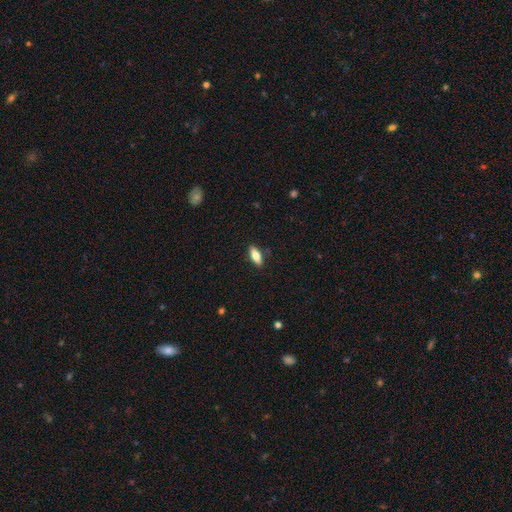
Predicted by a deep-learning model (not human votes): Smooth or featured?
  - smooth: 71% *
  - featured or disk: 22%
  - star or artifact: 7%
How rounded?
  - in between: 67% *
  - cigar-shaped: 30%
  - round: 3%
Merging?
  - none: 88% *
  - minor disturbance: 9%
  - major disturbance: 2%
  - merger: 1%